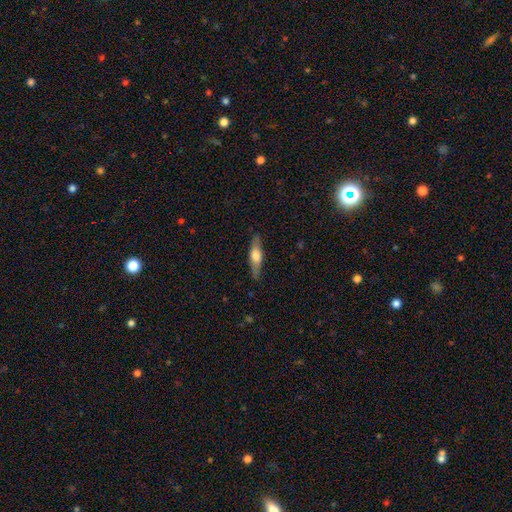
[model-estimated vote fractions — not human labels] The model was most divided on "smooth or featured": smooth: 50%, featured or disk: 45%, star or artifact: 6%. More confident: merging — none (85%).